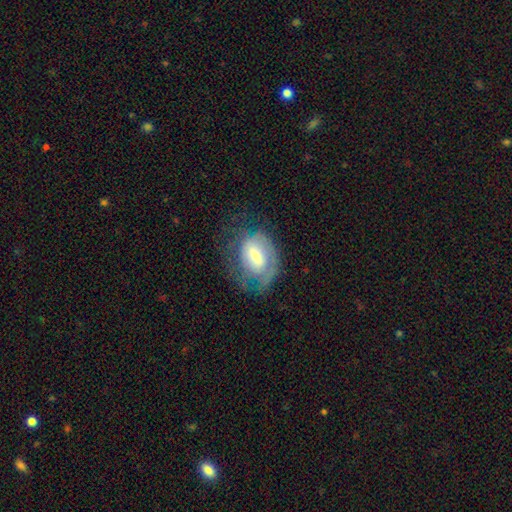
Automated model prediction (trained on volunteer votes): The model was most divided on "bar": weak: 44%, no: 41%, strong: 14%. Remaining: edge-on disk — no (95%); spiral arms — yes (62%); smooth or featured — featured or disk (54%); merging — none (47%); bulge size — moderate (47%).